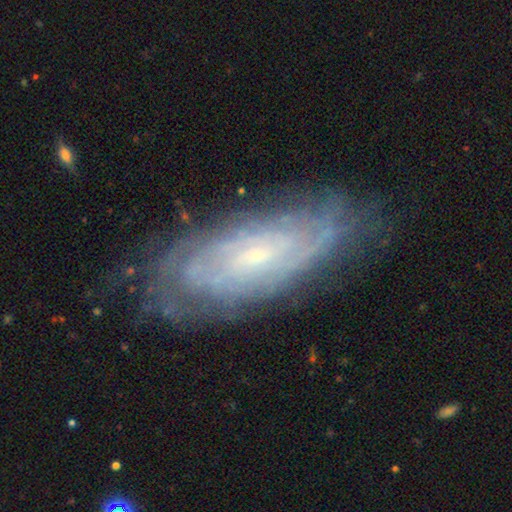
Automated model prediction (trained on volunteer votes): Morphology: type=featured or disk (78%); edge-on=no (88%); bar=no (61%); spiral arms=yes (90%); winding=tight (74%); arm count=can't tell (58%); bulge=small (75%); merging=none (76%).